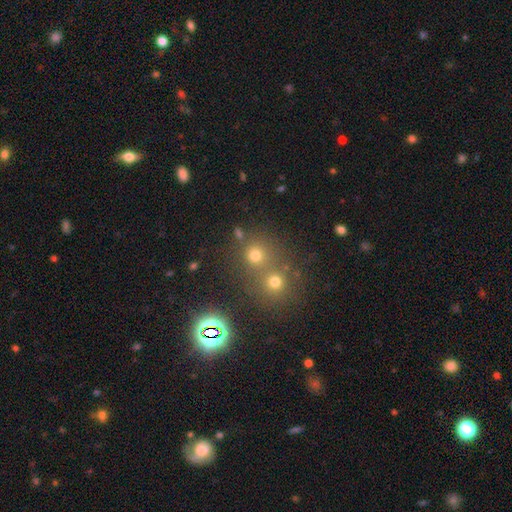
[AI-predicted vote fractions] Smooth or featured?
  - smooth: 58% *
  - star or artifact: 34%
  - featured or disk: 8%
How rounded?
  - round: 87% *
  - in between: 12%
  - cigar-shaped: 1%
Merging?
  - none: 61% *
  - merger: 29%
  - minor disturbance: 7%
  - major disturbance: 3%